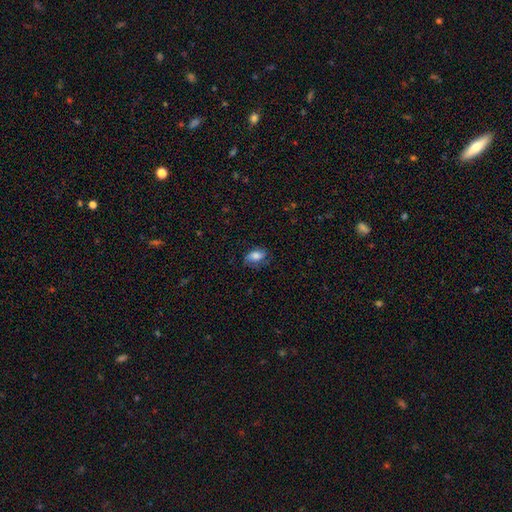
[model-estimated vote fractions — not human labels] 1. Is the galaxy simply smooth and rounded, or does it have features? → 73% smooth, 18% featured or disk, 9% star or artifact.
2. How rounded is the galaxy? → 86% in between, 11% round, 3% cigar-shaped.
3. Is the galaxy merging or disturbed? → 68% none, 23% minor disturbance, 8% major disturbance, 1% merger.